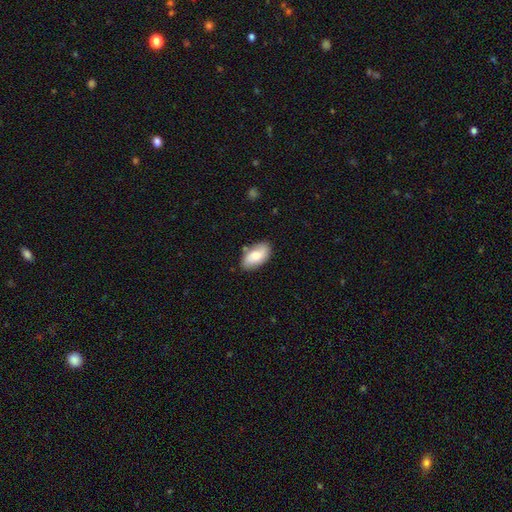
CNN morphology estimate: This is likely a smooth galaxy (74%). How rounded: clearly in between (94%). Merging: likely none (76%).